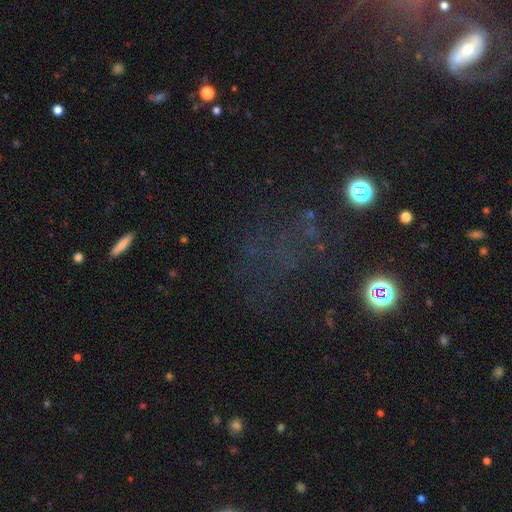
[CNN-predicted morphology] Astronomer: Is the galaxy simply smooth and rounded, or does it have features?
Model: star or artifact — 52% (runner-up: smooth, 28%).